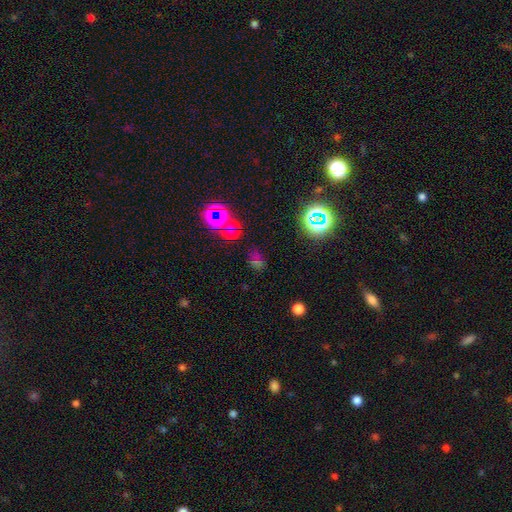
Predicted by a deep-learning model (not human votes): The model was most divided on "smooth or featured": star or artifact: 50%, smooth: 40%, featured or disk: 10%.